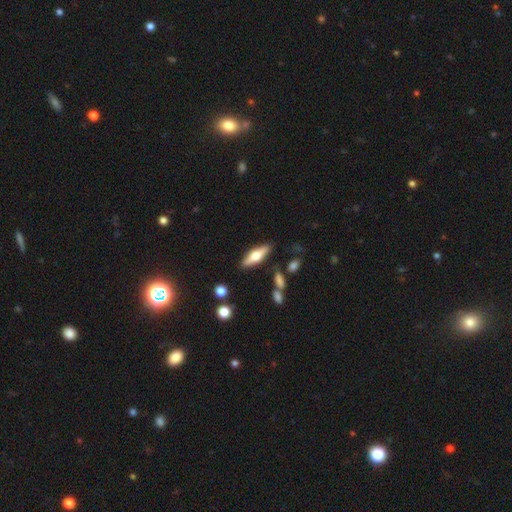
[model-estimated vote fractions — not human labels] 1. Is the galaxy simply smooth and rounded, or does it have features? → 47% smooth, 46% featured or disk, 7% star or artifact.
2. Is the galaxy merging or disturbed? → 83% none, 11% minor disturbance, 4% merger, 3% major disturbance.